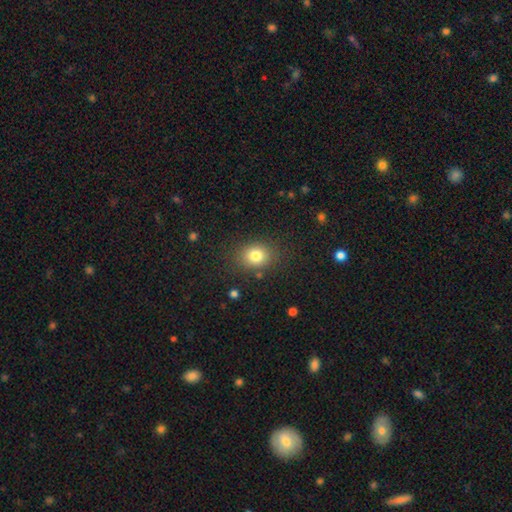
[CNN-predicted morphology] Smooth or featured? smooth (80%)
How rounded? round (62%)
Merging? none (83%)